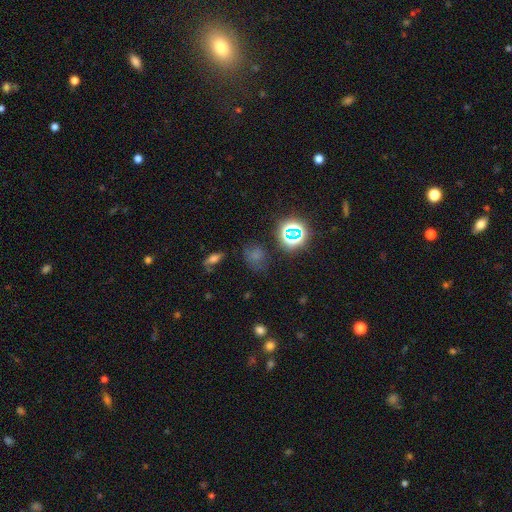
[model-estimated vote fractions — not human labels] Smooth or featured? Predicted: smooth (p=0.58). How rounded? Predicted: round (p=0.54). Merging? Predicted: none (p=0.63).